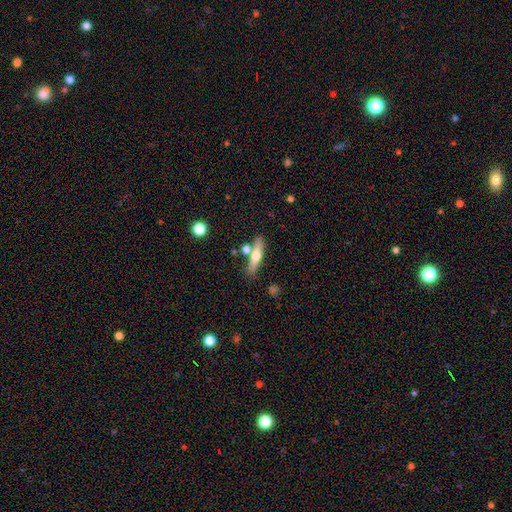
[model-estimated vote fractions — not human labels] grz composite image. It shows a smooth galaxy with no disk features (50%) that is cigar-shaped (76%). Merging: none (71%).